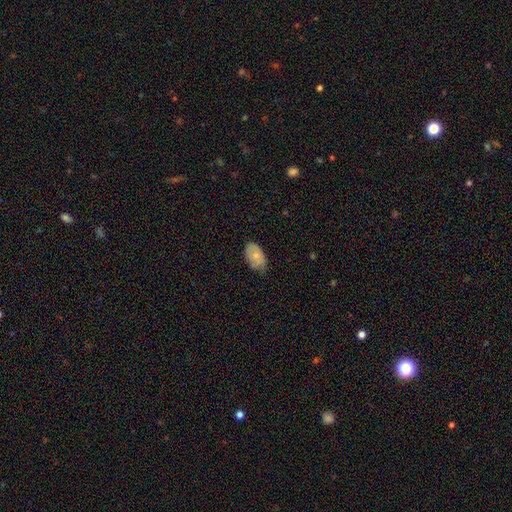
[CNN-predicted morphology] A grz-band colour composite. It shows a smooth galaxy with no disk features (74%) that is in between round and cigar-shaped (93%). Merging: none (64%).